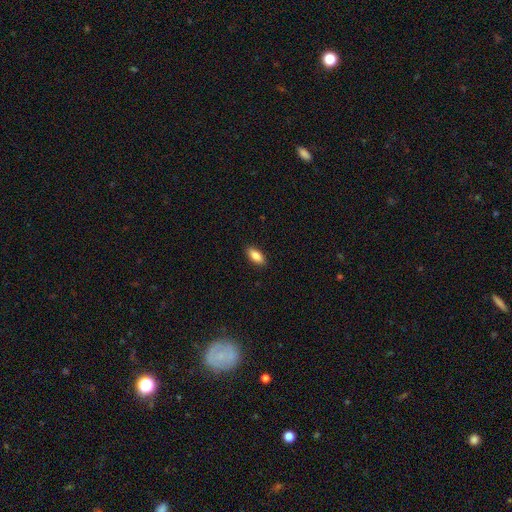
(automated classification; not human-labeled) Smooth or featured? smooth (85%)
How rounded? in between (88%)
Merging? none (89%)